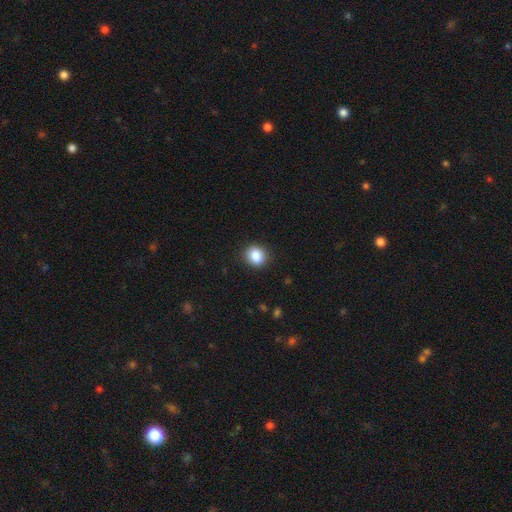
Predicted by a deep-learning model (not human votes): Smooth or featured? Predicted: smooth (p=0.87). How rounded? Predicted: round (p=0.76). Merging? Predicted: none (p=0.90).